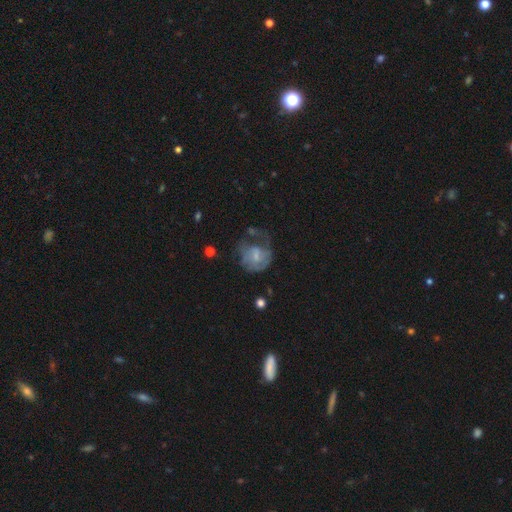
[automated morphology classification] type=featured or disk (49%); merging=major disturbance (46%).